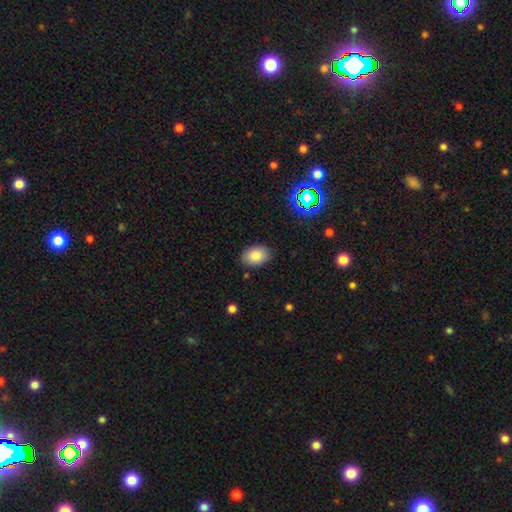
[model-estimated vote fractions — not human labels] Q: Smooth or featured?
A: smooth (85%); runner-up: star or artifact (9%)
Q: How rounded?
A: in between (84%); runner-up: round (15%)
Q: Merging?
A: none (86%); runner-up: minor disturbance (10%)